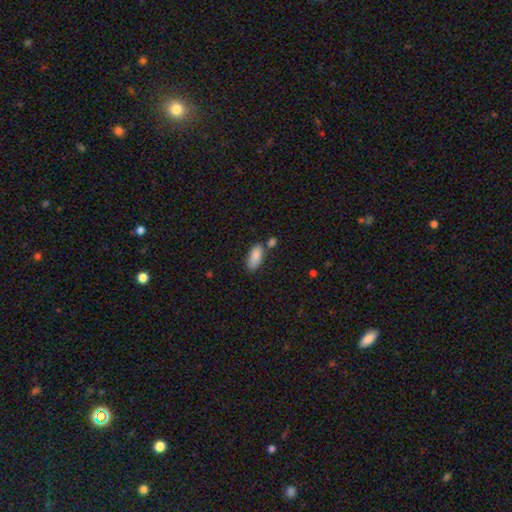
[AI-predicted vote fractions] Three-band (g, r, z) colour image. It shows a smooth galaxy with no disk features (86%) that is in between round and cigar-shaped (87%). Merging: none (62%).